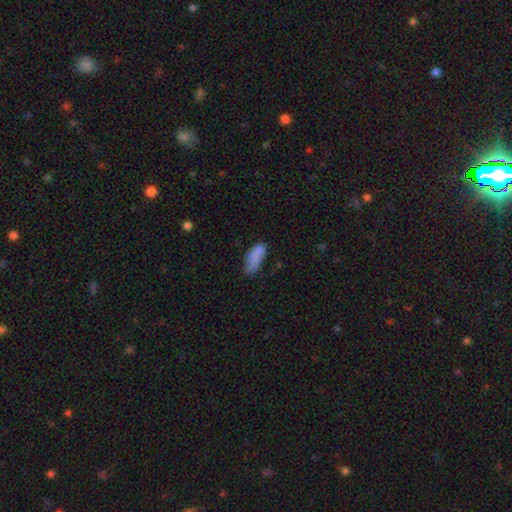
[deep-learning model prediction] smooth-or-featured: smooth: 81% | featured or disk: 11% | star or artifact: 8%
  how-rounded: in between: 82% | cigar-shaped: 16% | round: 2%
  merging: none: 55% | minor disturbance: 31% | major disturbance: 10% | merger: 3%